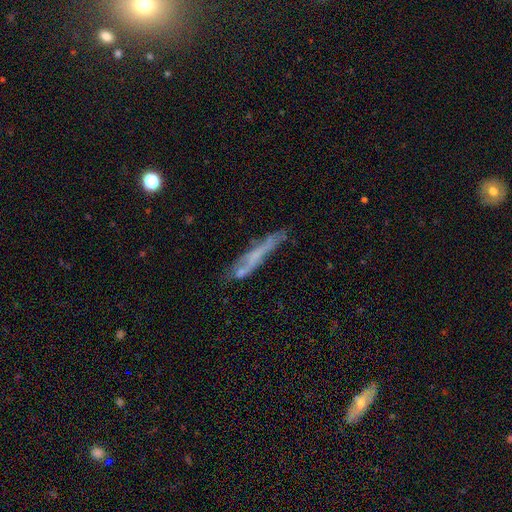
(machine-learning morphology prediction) Smooth or featured?
  - featured or disk: 46% *
  - smooth: 44%
  - star or artifact: 10%
Merging?
  - none: 54% *
  - minor disturbance: 26%
  - major disturbance: 13%
  - merger: 7%